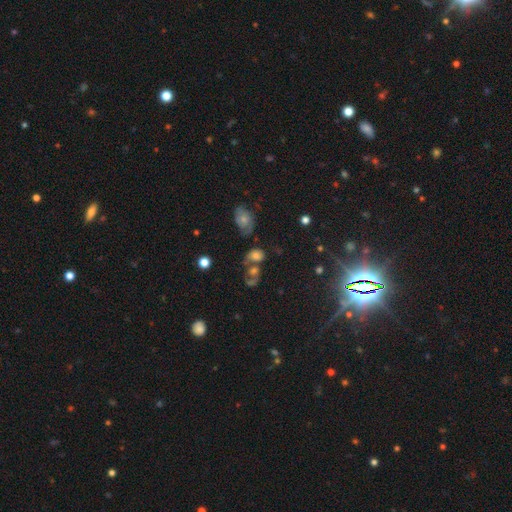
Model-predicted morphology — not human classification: Smooth or featured: smooth — 57% (featured or disk — 25%)
How rounded: round — 53% (in between — 46%)
Merging: merger — 41% (none — 31%)